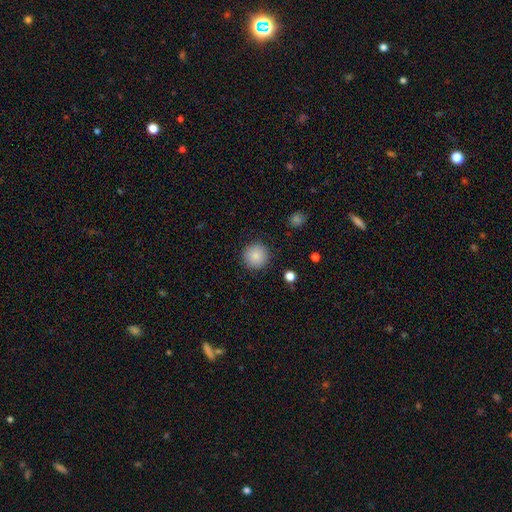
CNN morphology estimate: Q: Smooth or featured?
A: smooth (86%); runner-up: star or artifact (9%)
Q: How rounded?
A: round (96%); runner-up: in between (3%)
Q: Merging?
A: none (91%); runner-up: minor disturbance (6%)